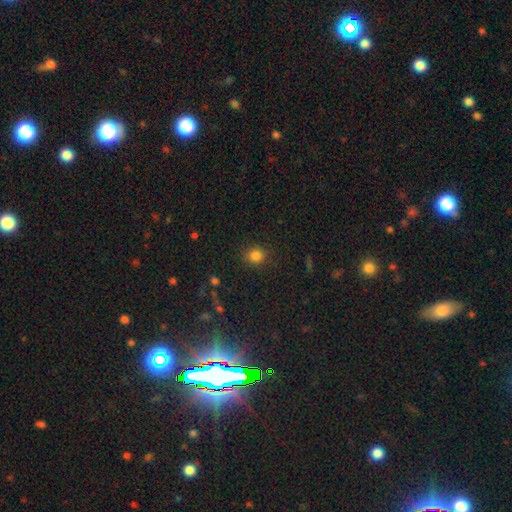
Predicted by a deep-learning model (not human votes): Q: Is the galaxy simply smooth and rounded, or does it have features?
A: smooth — 82%.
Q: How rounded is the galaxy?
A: round — 88%.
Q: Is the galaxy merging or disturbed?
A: none — 88%.